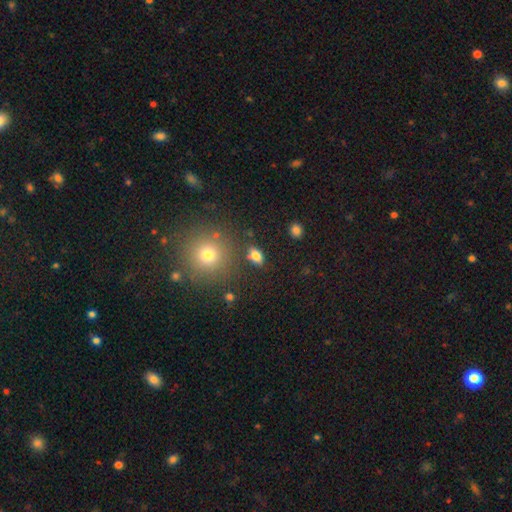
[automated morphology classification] Smooth or featured?
  - smooth: 78% *
  - star or artifact: 12%
  - featured or disk: 10%
How rounded?
  - in between: 85% *
  - round: 11%
  - cigar-shaped: 5%
Merging?
  - none: 79% *
  - minor disturbance: 11%
  - merger: 6%
  - major disturbance: 4%